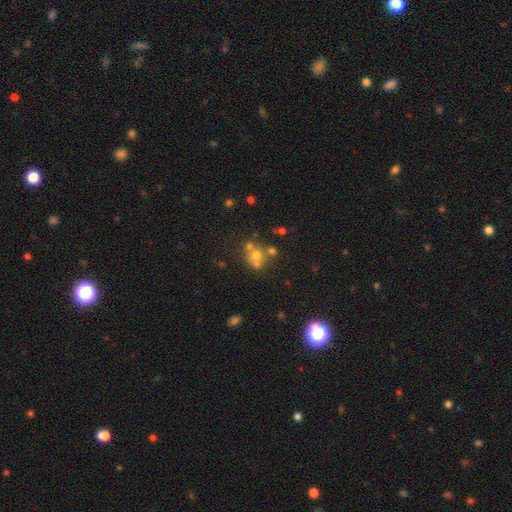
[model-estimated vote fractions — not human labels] smooth 54%, star or artifact 24%, featured or disk 22%. Down the decision tree: how rounded — round (78%); merging — none (48%).